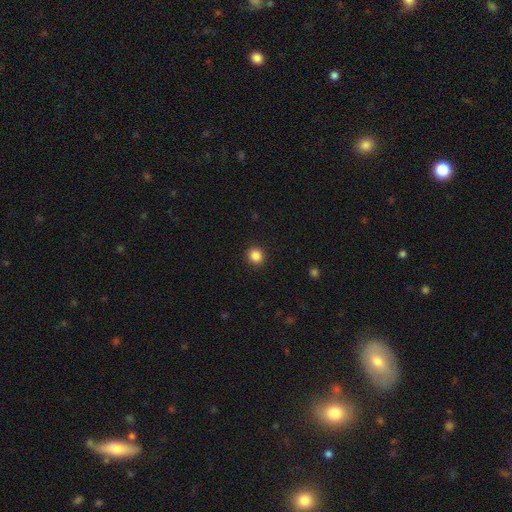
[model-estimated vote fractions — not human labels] Smooth or featured? smooth (86%)
How rounded? round (91%)
Merging? none (92%)